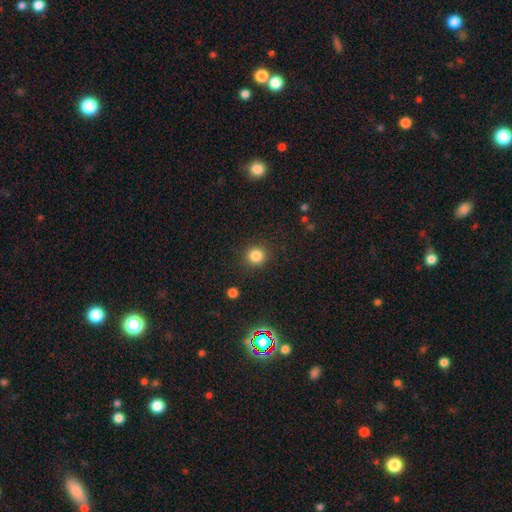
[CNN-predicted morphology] smooth_or_featured: smooth (p=0.83) [alt: star or artifact p=0.12]
how_rounded: round (p=0.91) [alt: in between p=0.08]
merging: none (p=0.89) [alt: minor disturbance p=0.07]